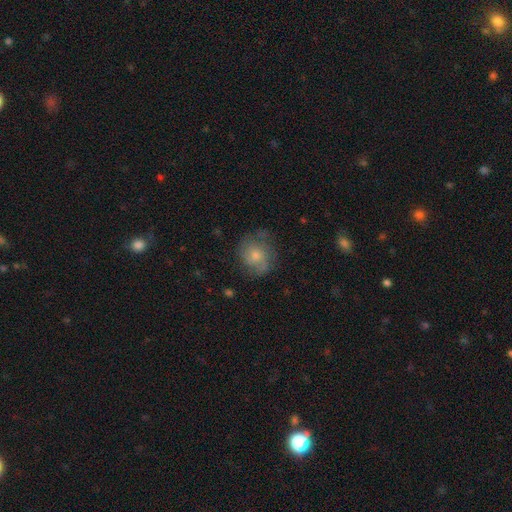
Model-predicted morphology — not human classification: smooth_or_featured: smooth (p=0.60) [alt: featured or disk p=0.32]
how_rounded: round (p=0.74) [alt: in between p=0.25]
merging: none (p=0.63) [alt: minor disturbance p=0.24]